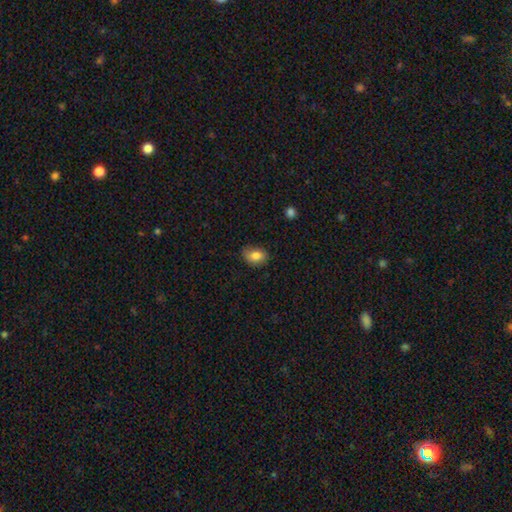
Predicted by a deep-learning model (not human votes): The model was most divided on "how rounded": in between: 76%, round: 23%, cigar-shaped: 1%. More confident: smooth or featured — smooth (83%); merging — none (77%).